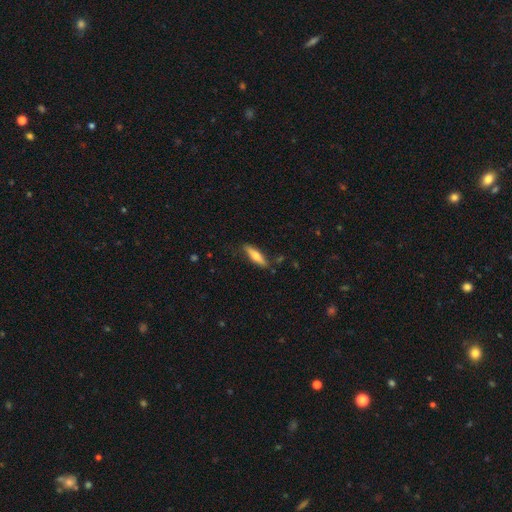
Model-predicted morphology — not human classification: A smooth galaxy with no disk features (61%) that is cigar-shaped (69%).

Vote fractions:
- Smooth or featured? smooth: 61% / featured or disk: 33% / star or artifact: 6%
- How rounded? cigar-shaped: 69% / in between: 29% / round: 2%
- Merging? none: 83% / minor disturbance: 13% / major disturbance: 2% / merger: 2%